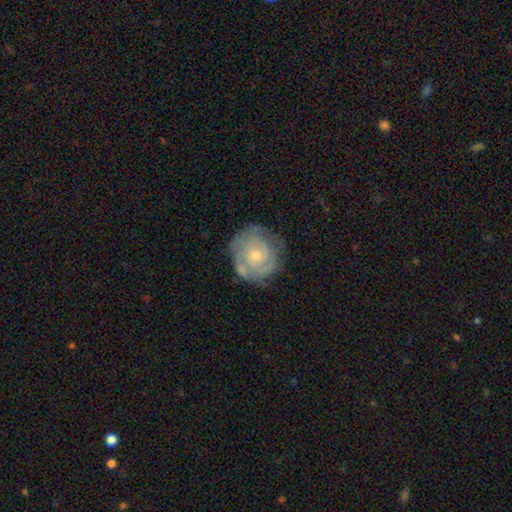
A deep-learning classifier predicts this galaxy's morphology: type=featured or disk (71%); edge-on=no (98%); bar=no (78%); spiral arms=yes (86%); winding=tight (71%); arm count=can't tell (39%); bulge=small (61%); merging=none (69%).